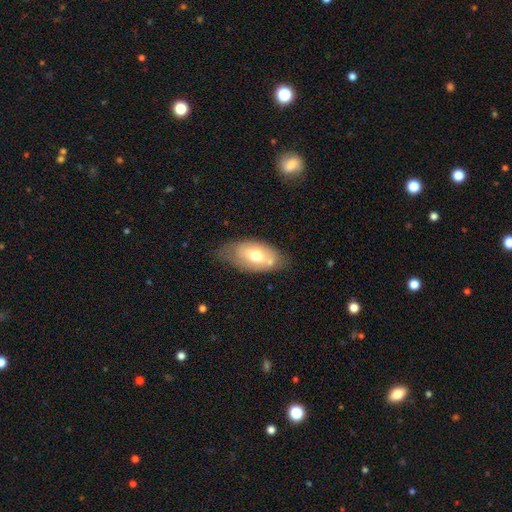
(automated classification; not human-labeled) Smooth or featured? smooth (59%)
How rounded? in between (92%)
Merging? none (55%)